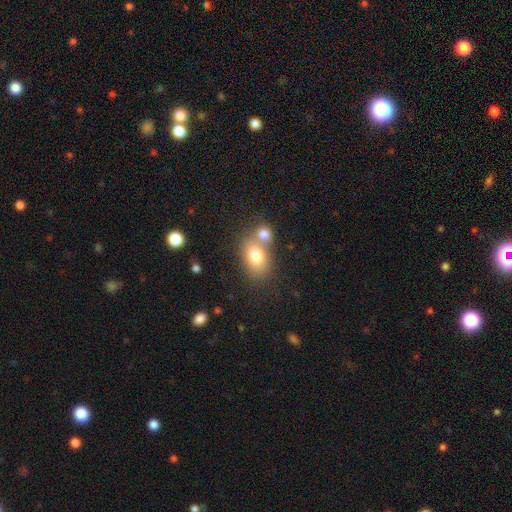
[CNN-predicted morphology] type=smooth (76%); roundness=in between (74%); merging=none (48%).